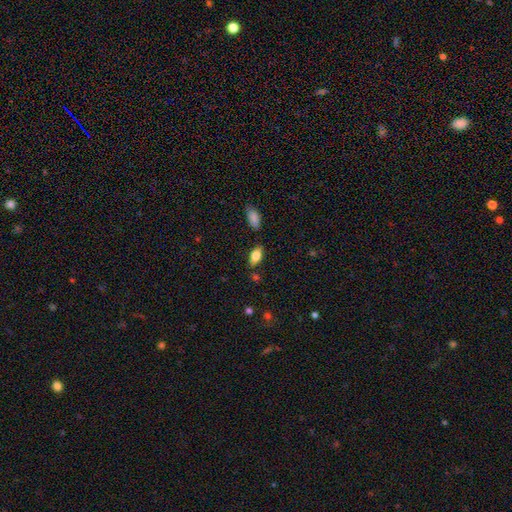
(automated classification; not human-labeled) Smooth or featured? smooth (77%)
How rounded? in between (88%)
Merging? none (79%)